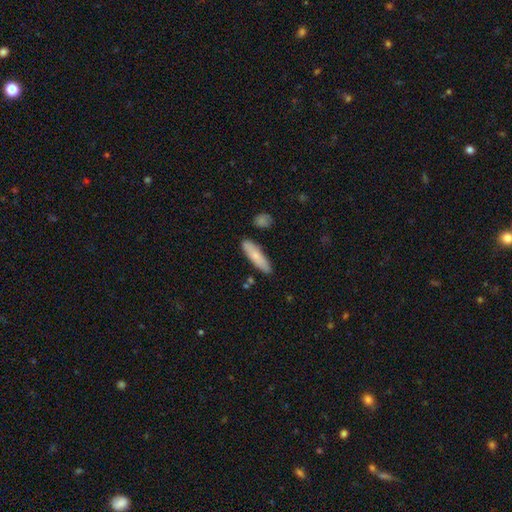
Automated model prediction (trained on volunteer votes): Smooth or featured? smooth (76%)
How rounded? cigar-shaped (69%)
Merging? none (83%)